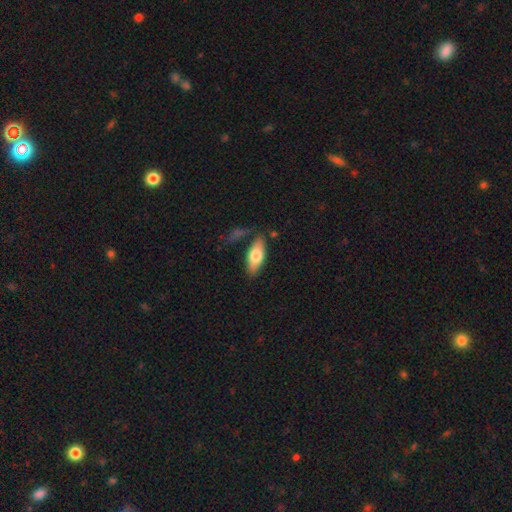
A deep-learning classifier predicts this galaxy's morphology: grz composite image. It shows a smooth galaxy with no disk features (73%) that is in between round and cigar-shaped (81%). Merging: none (74%).